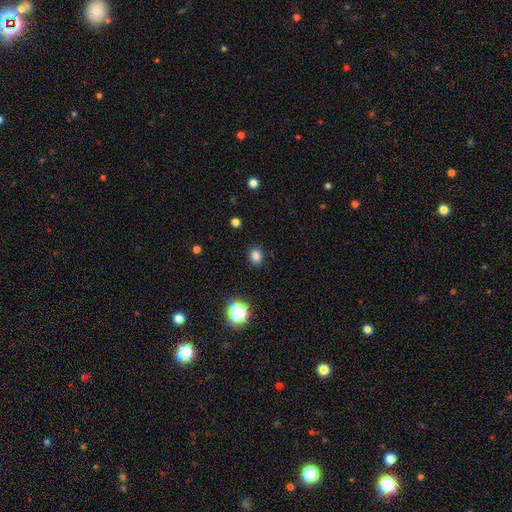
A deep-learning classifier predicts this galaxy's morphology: This is clearly a smooth galaxy (81%). How rounded: possibly in between (51%). Merging: clearly none (87%).